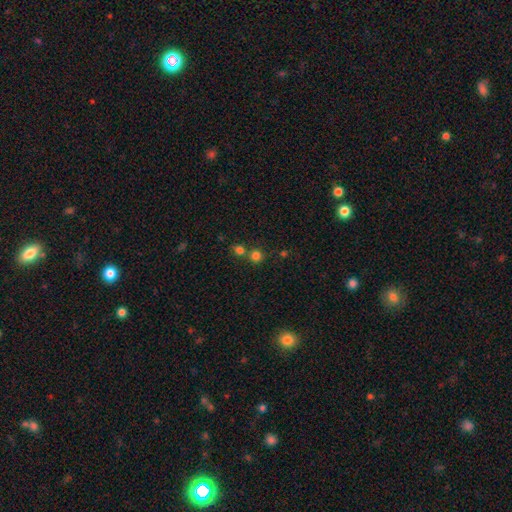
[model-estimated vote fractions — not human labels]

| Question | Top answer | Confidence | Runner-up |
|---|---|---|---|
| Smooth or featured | smooth | 76% | star or artifact (18%) |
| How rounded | round | 91% | in between (8%) |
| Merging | none | 63% | merger (28%) |